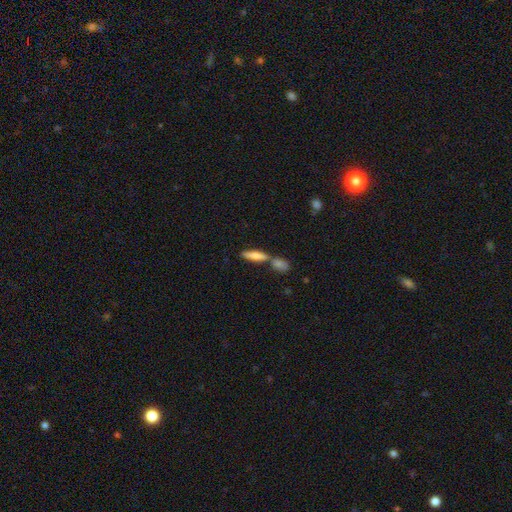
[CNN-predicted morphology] A smooth galaxy with no disk features (70%) that is cigar-shaped (67%). Merging: none (45%).